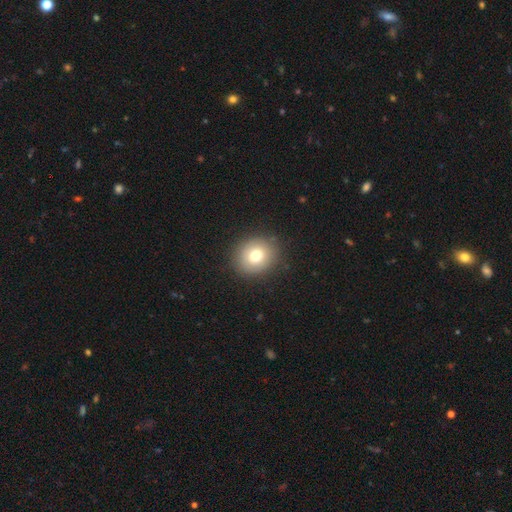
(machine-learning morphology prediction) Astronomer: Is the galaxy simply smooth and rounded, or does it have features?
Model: smooth — 76%.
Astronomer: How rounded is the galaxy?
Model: round — 76%.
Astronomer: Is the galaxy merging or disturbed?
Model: none — 87%.